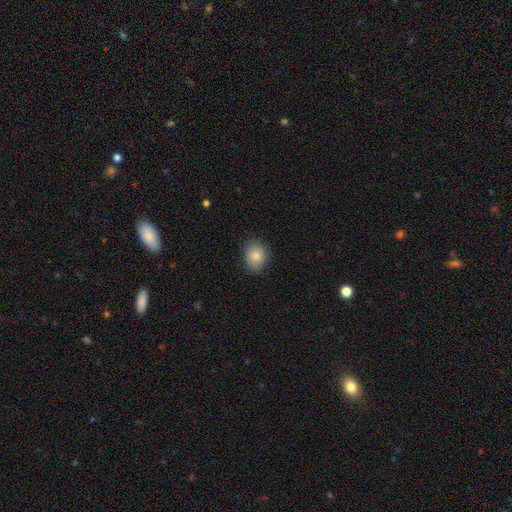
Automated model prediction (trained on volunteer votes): Smooth or featured? smooth (86%)
How rounded? in between (52%)
Merging? none (83%)